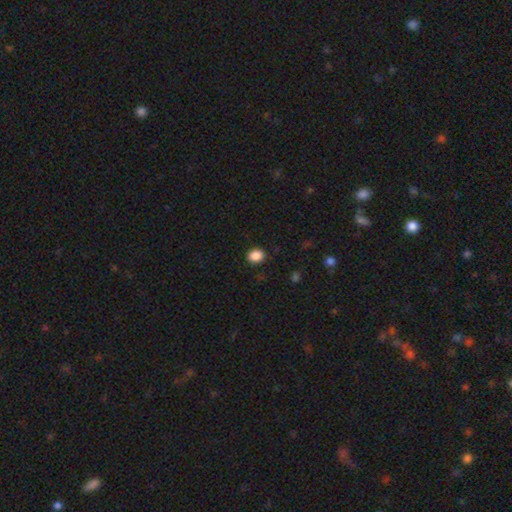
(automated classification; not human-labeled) This is clearly a smooth galaxy (89%). How rounded: likely in between (61%). Merging: clearly none (89%).